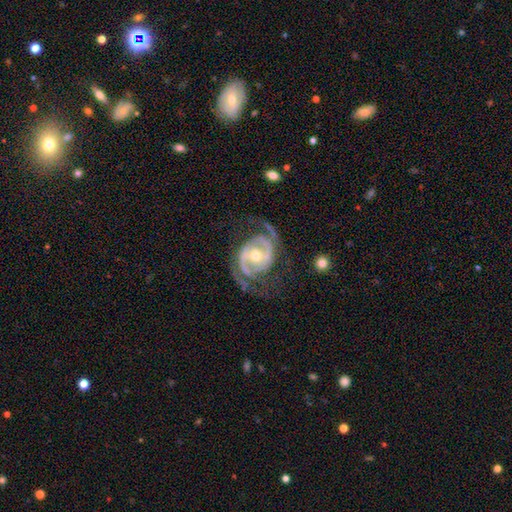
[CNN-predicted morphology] The model was most divided on "bar": no: 49%, weak: 32%, strong: 19%. Remaining: edge-on disk — no (97%); spiral arms — yes (94%); smooth or featured — featured or disk (90%); spiral arm count — 2 (85%); bulge size — moderate (66%); merging — none (65%); spiral winding — medium (48%).